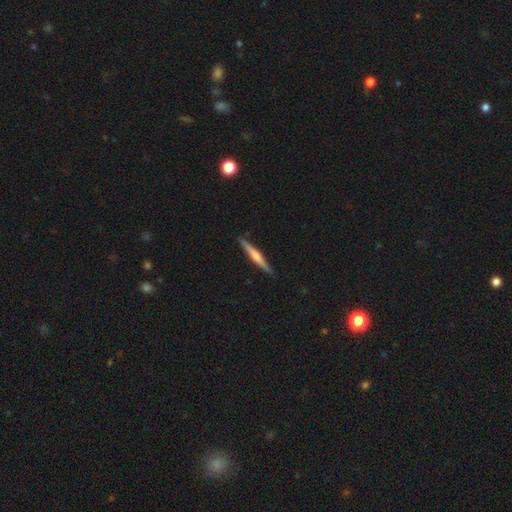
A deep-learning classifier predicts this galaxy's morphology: Smooth or featured?
  - featured or disk: 53% *
  - smooth: 42%
  - star or artifact: 5%
Edge-on disk?
  - yes: 98% *
  - no: 2%
Edge-on bulge?
  - rounded: 57% *
  - none: 31%
  - boxy: 12%
Merging?
  - none: 91% *
  - minor disturbance: 7%
  - major disturbance: 1%
  - merger: 1%